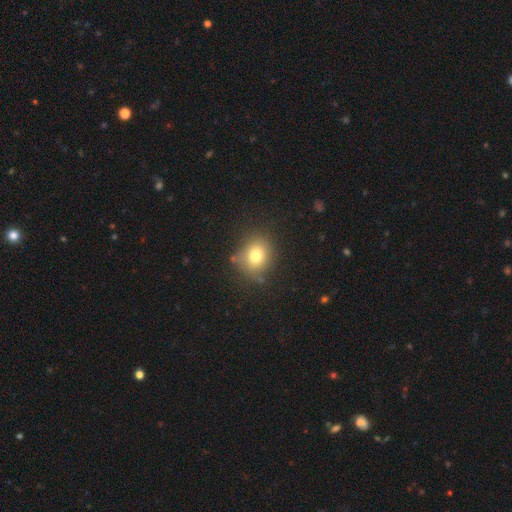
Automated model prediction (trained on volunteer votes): smooth_or_featured: smooth (p=0.77) [alt: star or artifact p=0.13]
how_rounded: round (p=0.64) [alt: in between p=0.35]
merging: none (p=0.78) [alt: minor disturbance p=0.15]